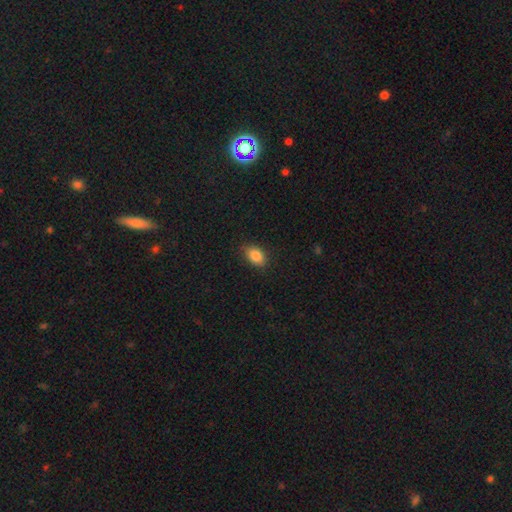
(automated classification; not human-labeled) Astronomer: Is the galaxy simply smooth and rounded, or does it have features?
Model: smooth — 86%.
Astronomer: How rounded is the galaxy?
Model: in between — 85%.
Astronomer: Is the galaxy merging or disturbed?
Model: none — 82%.